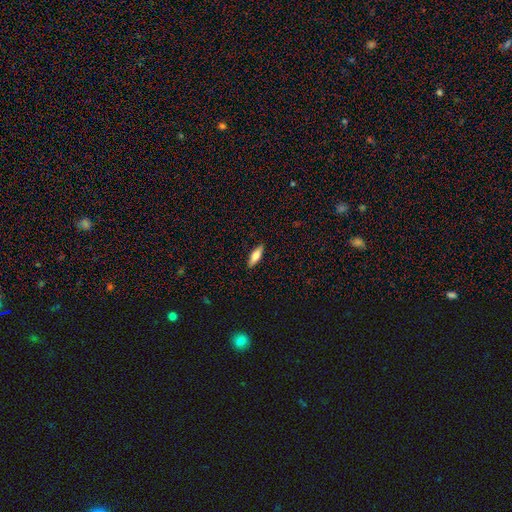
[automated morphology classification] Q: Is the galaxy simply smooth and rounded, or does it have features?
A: smooth — 72%.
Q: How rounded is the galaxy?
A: in between — 58%.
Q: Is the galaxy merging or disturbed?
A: none — 89%.